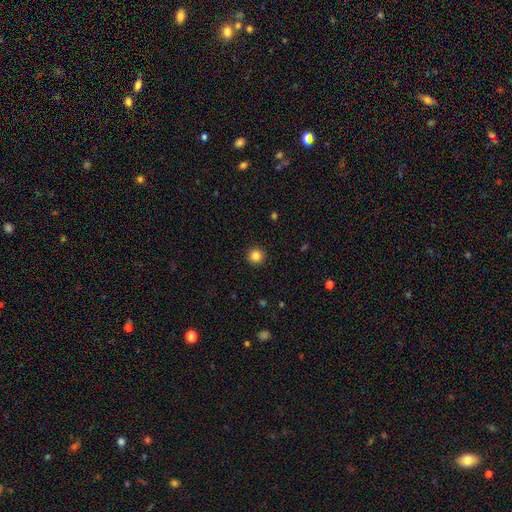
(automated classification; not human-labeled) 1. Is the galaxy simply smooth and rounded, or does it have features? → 84% smooth, 11% star or artifact, 5% featured or disk.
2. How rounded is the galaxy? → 94% round, 5% in between, 1% cigar-shaped.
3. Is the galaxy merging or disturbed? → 93% none, 5% minor disturbance, 2% major disturbance, 1% merger.